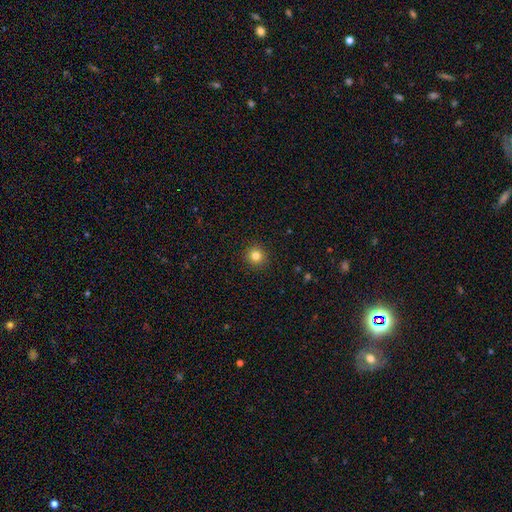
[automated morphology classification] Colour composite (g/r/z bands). It shows a smooth galaxy with no disk features (82%) that is round (94%). Merging: none (92%).